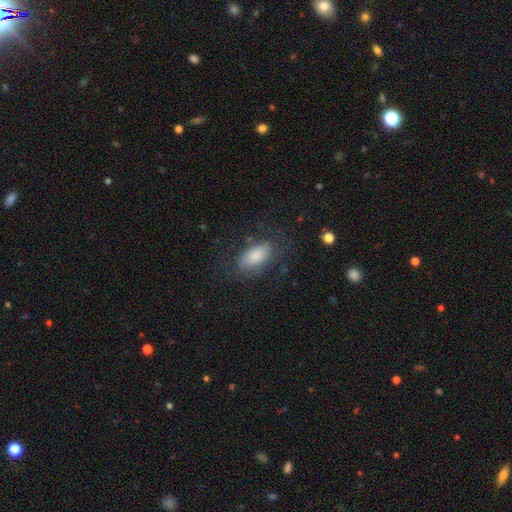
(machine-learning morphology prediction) This is likely a smooth galaxy (78%). How rounded: clearly in between (91%). Merging: likely none (67%).